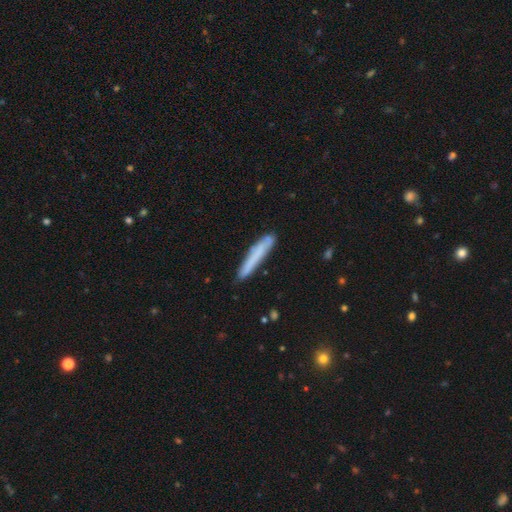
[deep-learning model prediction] Smooth or featured?
  - smooth: 69% *
  - featured or disk: 24%
  - star or artifact: 7%
How rounded?
  - cigar-shaped: 94% *
  - in between: 4%
  - round: 1%
Merging?
  - none: 81% *
  - minor disturbance: 14%
  - merger: 3%
  - major disturbance: 3%